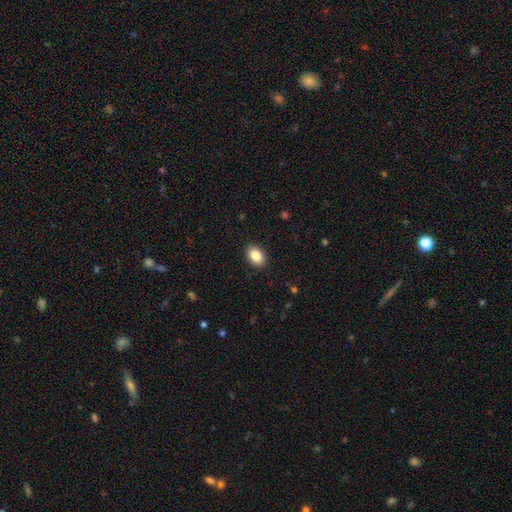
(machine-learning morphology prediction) smooth 86%, star or artifact 8%, featured or disk 6%. Down the decision tree: how rounded — in between (82%); merging — none (90%).